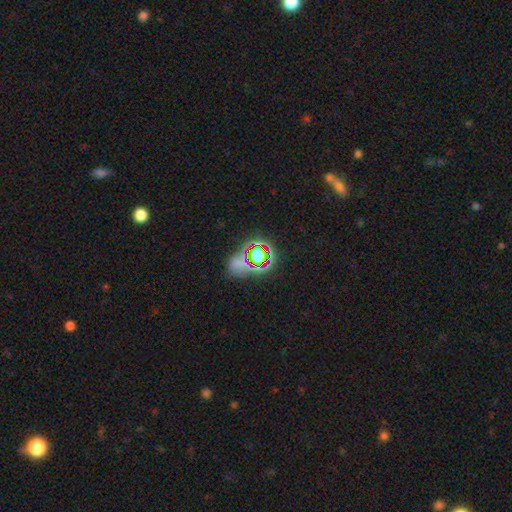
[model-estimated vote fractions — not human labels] smooth_or_featured: star or artifact (p=0.57) [alt: smooth p=0.29]